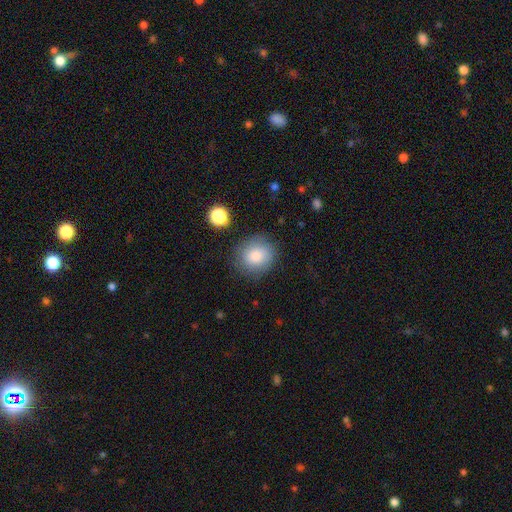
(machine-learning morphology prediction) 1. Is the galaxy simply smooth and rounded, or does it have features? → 83% smooth, 9% star or artifact, 8% featured or disk.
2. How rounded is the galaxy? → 79% round, 20% in between, 1% cigar-shaped.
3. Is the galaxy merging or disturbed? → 81% none, 13% minor disturbance, 4% major disturbance, 2% merger.